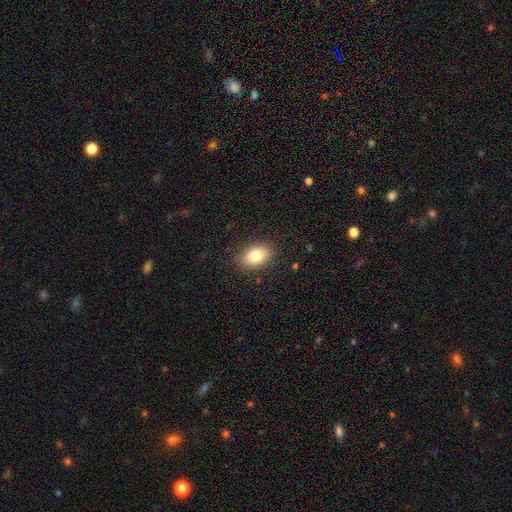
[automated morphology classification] Smooth or featured? smooth (79%)
How rounded? in between (84%)
Merging? none (88%)